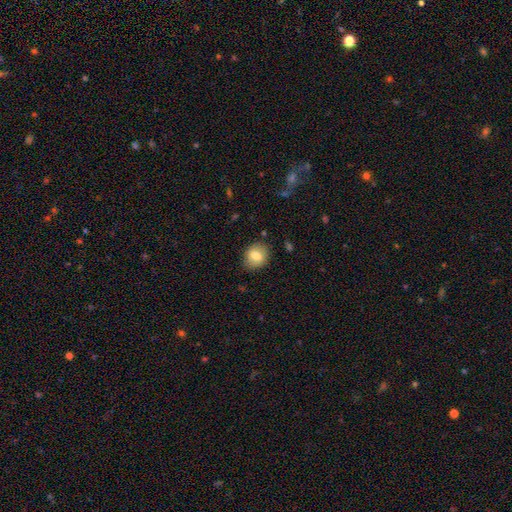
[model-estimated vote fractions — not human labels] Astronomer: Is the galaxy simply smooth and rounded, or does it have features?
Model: smooth — 79%.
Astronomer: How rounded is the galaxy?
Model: round — 58% (runner-up: in between, 41%).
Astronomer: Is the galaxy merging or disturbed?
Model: none — 83%.